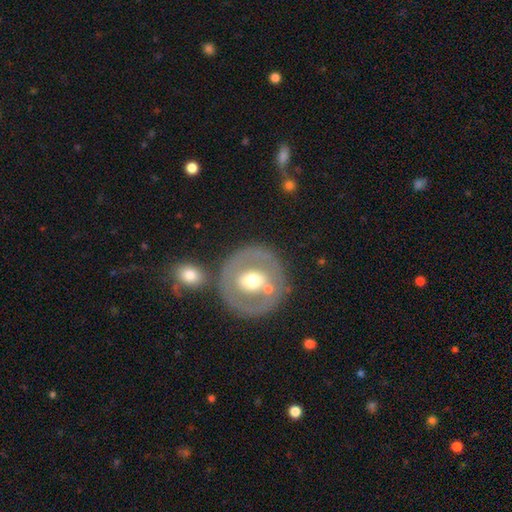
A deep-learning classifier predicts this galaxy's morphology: type=featured or disk (61%); edge-on=no (94%); bar=no (51%); spiral arms=no (76%); bulge=moderate (70%); merging=none (73%).